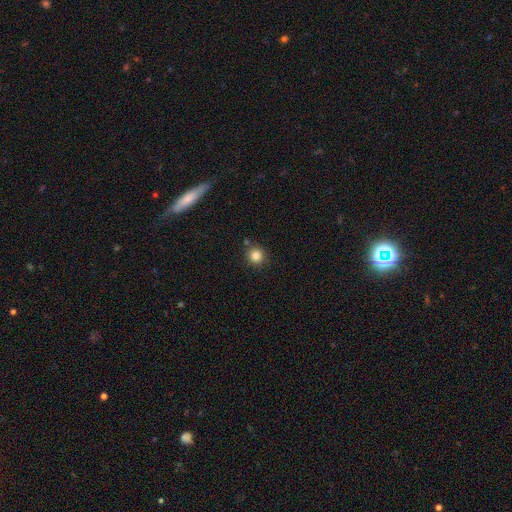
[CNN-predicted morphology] smooth_or_featured: smooth (p=0.84) [alt: star or artifact p=0.11]
how_rounded: round (p=0.92) [alt: in between p=0.07]
merging: none (p=0.84) [alt: minor disturbance p=0.08]